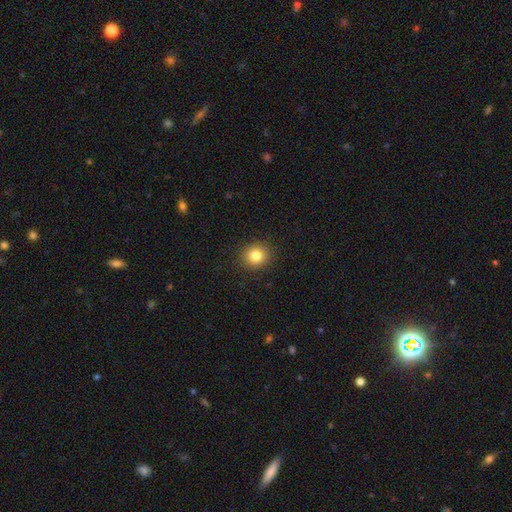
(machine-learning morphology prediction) This appears to be a smooth galaxy with no disk features (83%) that is round (87%). Merging: none (91%).